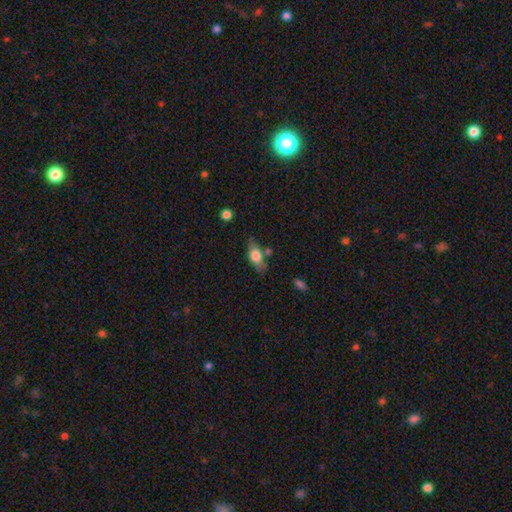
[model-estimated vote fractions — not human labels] This appears to be a smooth galaxy with no disk features (69%) that is in between round and cigar-shaped (81%). Merging: none (63%).